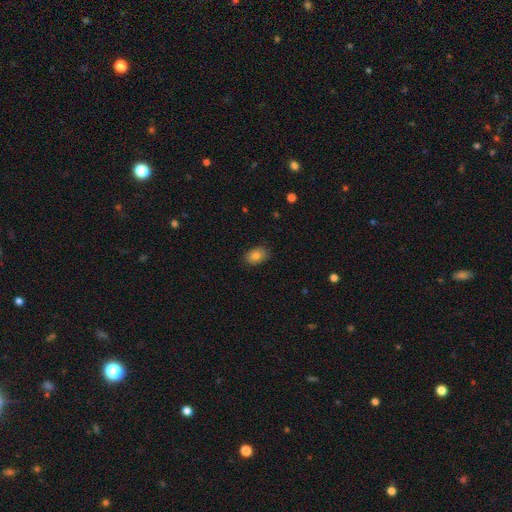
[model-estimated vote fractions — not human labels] The model was most divided on "how rounded": in between: 83%, round: 15%, cigar-shaped: 1%. More confident: merging — none (85%); smooth or featured — smooth (82%).